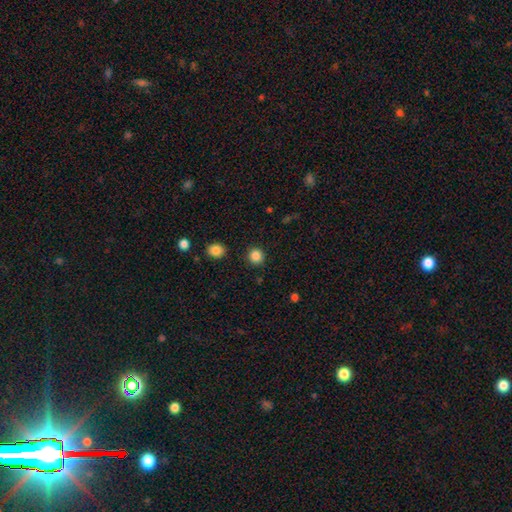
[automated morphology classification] A smooth galaxy with no disk features (86%) that is round (91%).

Vote fractions:
- Smooth or featured? smooth: 86% / star or artifact: 11% / featured or disk: 3%
- How rounded? round: 91% / in between: 8% / cigar-shaped: 1%
- Merging? none: 90% / minor disturbance: 6% / major disturbance: 2% / merger: 2%